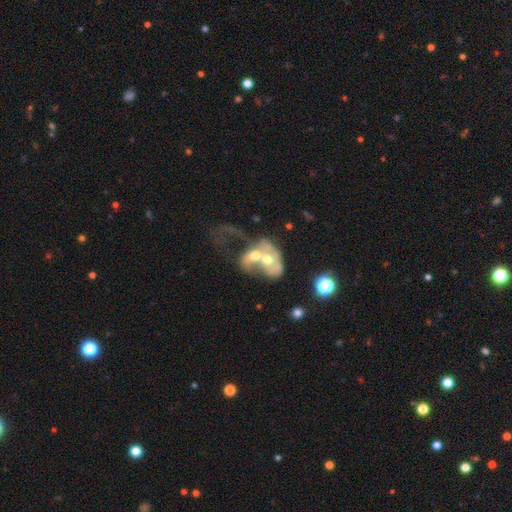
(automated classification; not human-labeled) Overall: featured or disk (63%; smooth 25%). Edge-on disk: no (95%). Bar: no (75%). Spiral arms: yes (52%; no 48%). Bulge size: moderate (62%; small 27%). Merging: merger (73%).